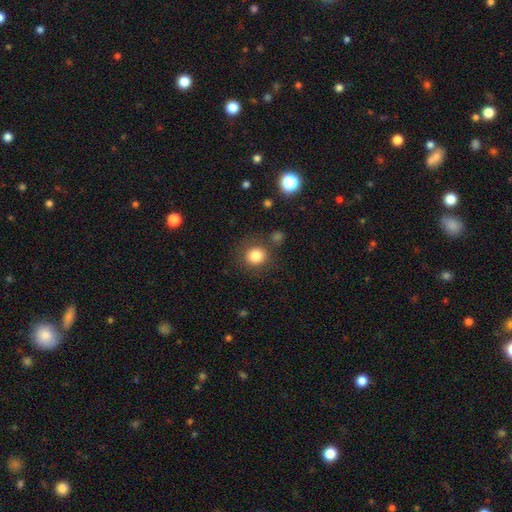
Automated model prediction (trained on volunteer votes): Smooth or featured: smooth — 83% (star or artifact — 11%)
How rounded: round — 87% (in between — 12%)
Merging: none — 80% (minor disturbance — 10%)